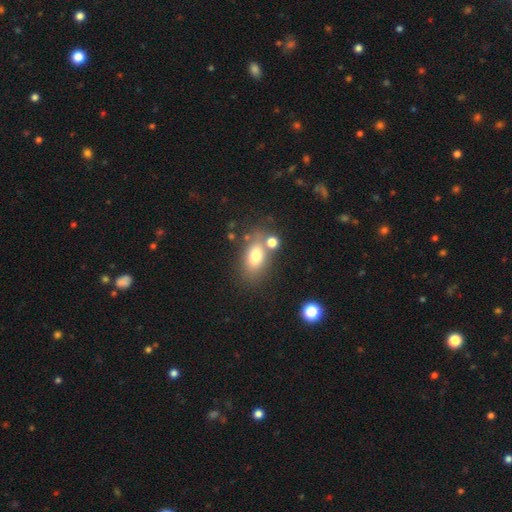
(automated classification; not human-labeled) Smooth or featured?
  - smooth: 74% *
  - featured or disk: 16%
  - star or artifact: 10%
How rounded?
  - in between: 83% *
  - round: 14%
  - cigar-shaped: 4%
Merging?
  - none: 62% *
  - merger: 18%
  - minor disturbance: 14%
  - major disturbance: 6%